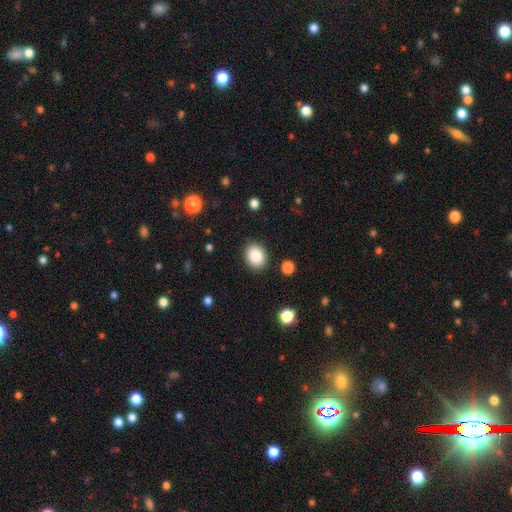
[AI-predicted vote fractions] Overall: smooth (86%). How rounded: round (57%; in between 43%). Merging: none (87%).